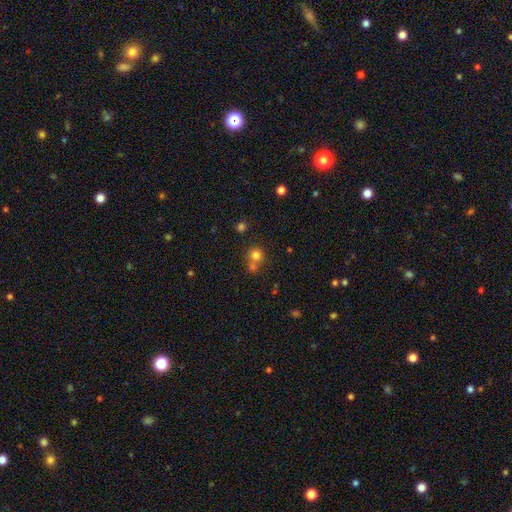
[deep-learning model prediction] This appears to be a smooth galaxy with no disk features (76%) that is round (88%). Merging: none (54%).